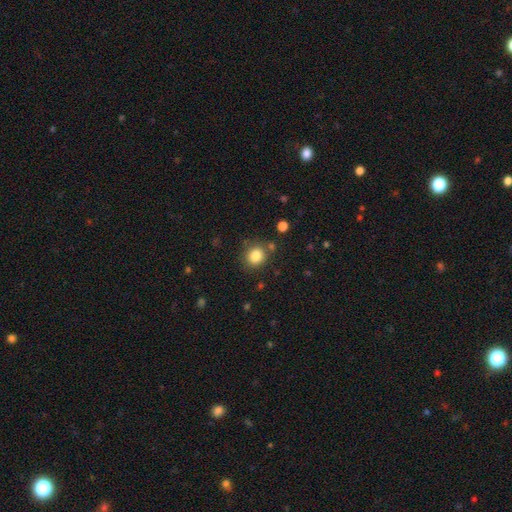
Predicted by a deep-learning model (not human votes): smooth 84%, star or artifact 11%, featured or disk 6%. Down the decision tree: how rounded — round (78%); merging — none (81%).